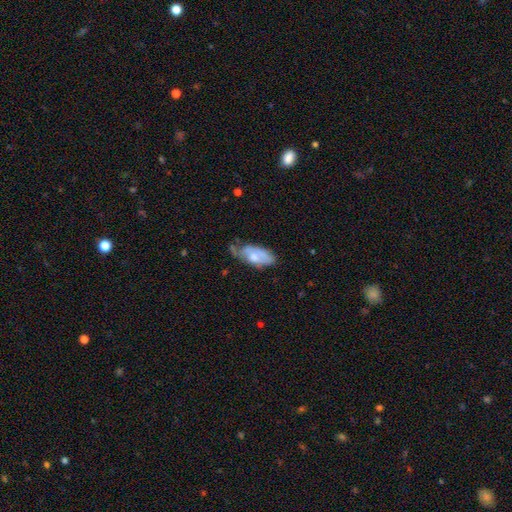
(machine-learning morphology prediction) smooth 53%, featured or disk 41%, star or artifact 6%. Down the decision tree: how rounded — in between (88%); merging — minor disturbance (39%).